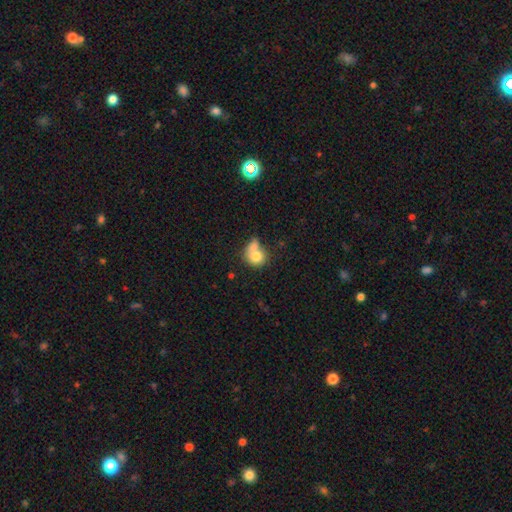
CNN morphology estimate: Smooth or featured? smooth (75%)
How rounded? round (73%)
Merging? merger (50%)